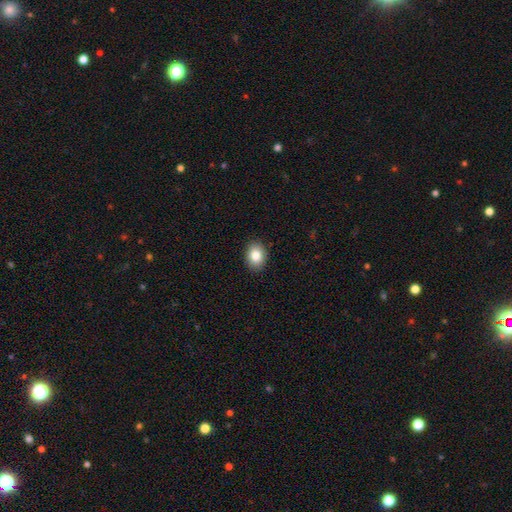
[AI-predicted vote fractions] Smooth or featured: smooth — 85% (star or artifact — 8%)
How rounded: in between — 66% (round — 33%)
Merging: none — 90% (minor disturbance — 8%)